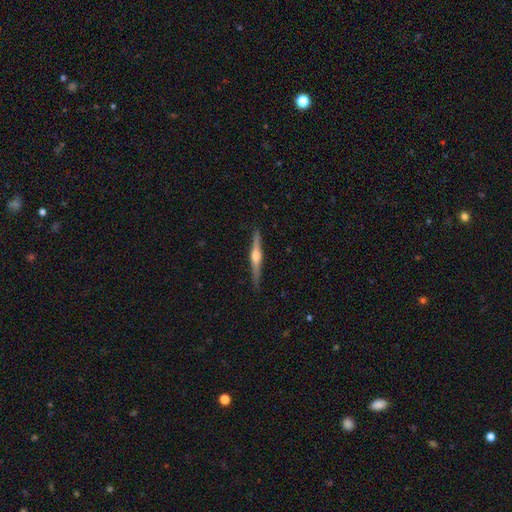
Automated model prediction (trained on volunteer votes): The model was most divided on "smooth or featured": featured or disk: 78%, smooth: 17%, star or artifact: 5%. More confident: edge-on disk — yes (98%); edge-on bulge — rounded (91%); merging — none (90%).